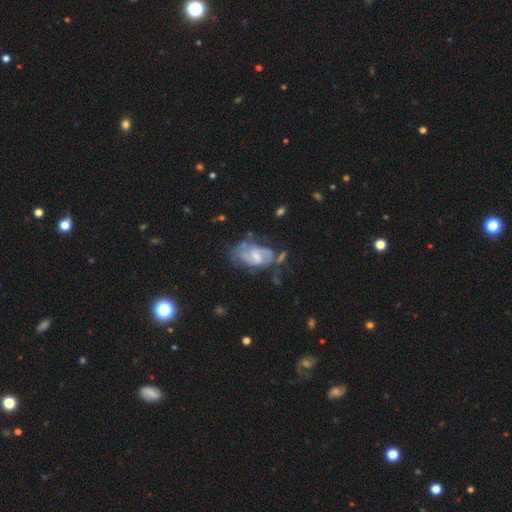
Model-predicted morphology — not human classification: smooth_or_featured: featured or disk (p=0.77) [alt: smooth p=0.16]
disk_edge_on: no (p=0.97) [alt: yes p=0.03]
bar: weak (p=0.55) [alt: no p=0.32]
has_spiral_arms: yes (p=0.89) [alt: no p=0.11]
spiral_winding: medium (p=0.49) [alt: tight p=0.33]
spiral_arm_count: 2 (p=0.74) [alt: can't tell p=0.15]
bulge_size: small (p=0.42) [alt: moderate p=0.36]
merging: none (p=0.46) [alt: minor disturbance p=0.26]